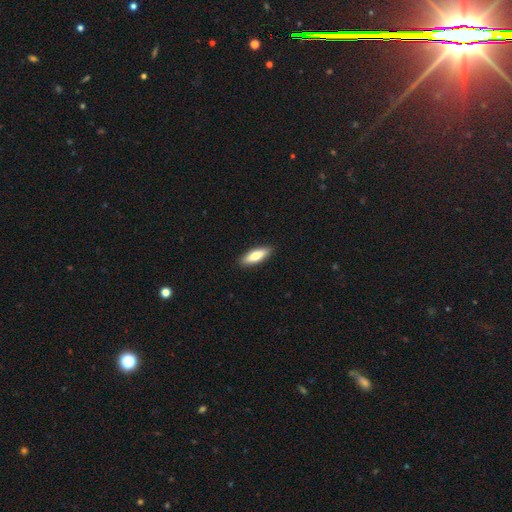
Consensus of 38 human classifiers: smooth_or_featured: smooth (p=0.58) [alt: featured or disk p=0.34]
how_rounded: in between (p=0.59) [alt: cigar-shaped p=0.41]
merging: none (p=0.97) [alt: minor disturbance p=0.03]